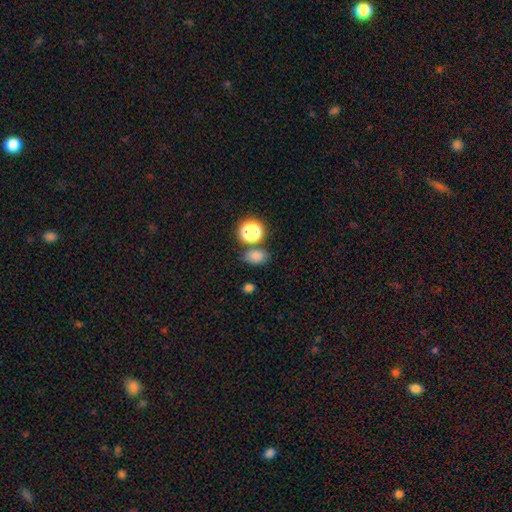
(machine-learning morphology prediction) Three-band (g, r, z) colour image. It shows a smooth galaxy with no disk features (78%) that is in between round and cigar-shaped (67%). Merging: none (73%).